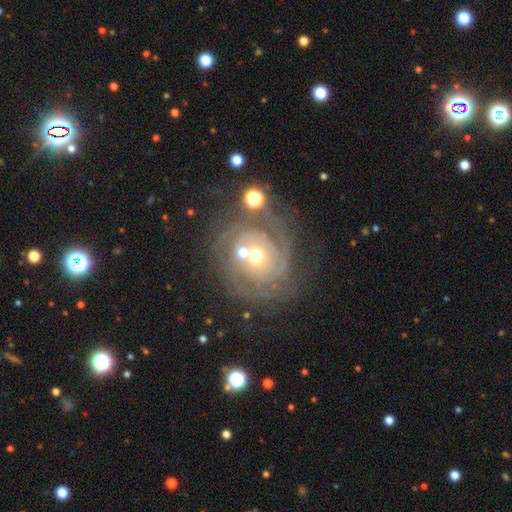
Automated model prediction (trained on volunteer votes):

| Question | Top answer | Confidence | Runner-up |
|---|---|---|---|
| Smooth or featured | featured or disk | 83% | smooth (9%) |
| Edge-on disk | no | 97% | yes (3%) |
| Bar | no | 79% | weak (16%) |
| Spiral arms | yes | 92% | no (8%) |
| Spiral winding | tight | 73% | medium (21%) |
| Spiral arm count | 2 | 30% | can't tell (27%) |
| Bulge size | moderate | 60% | small (33%) |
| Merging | none | 56% | minor disturbance (17%) |